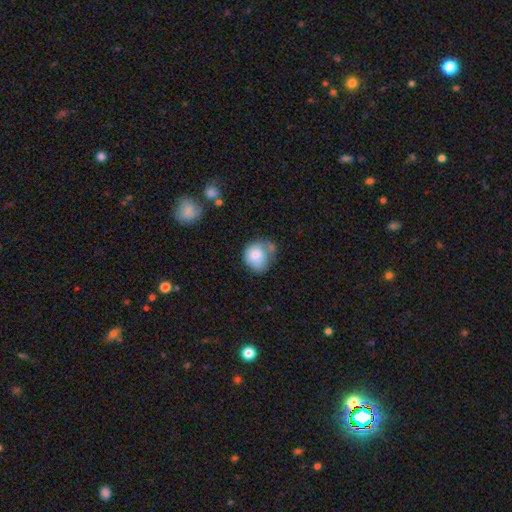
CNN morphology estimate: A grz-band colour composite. It shows a smooth galaxy with no disk features (79%) that is round (71%). Merging: none (37%).